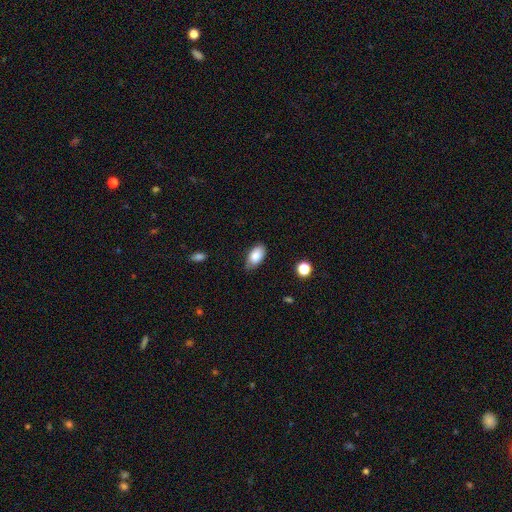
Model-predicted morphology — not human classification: This is clearly a smooth galaxy (84%). How rounded: clearly in between (93%). Merging: likely none (75%).